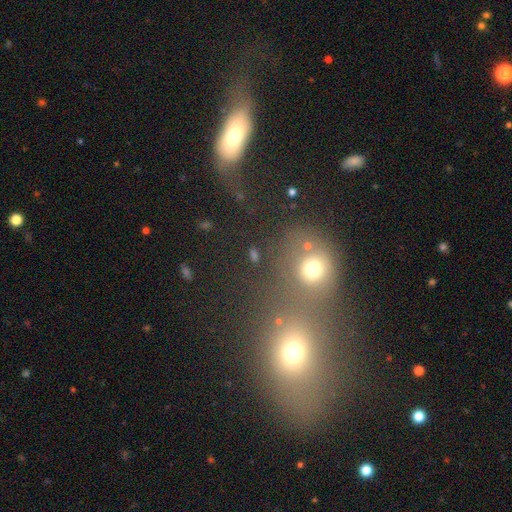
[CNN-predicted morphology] Smooth or featured?
  - smooth: 62% *
  - star or artifact: 23%
  - featured or disk: 15%
How rounded?
  - round: 69% *
  - in between: 29%
  - cigar-shaped: 2%
Merging?
  - merger: 43% *
  - none: 39%
  - minor disturbance: 10%
  - major disturbance: 9%